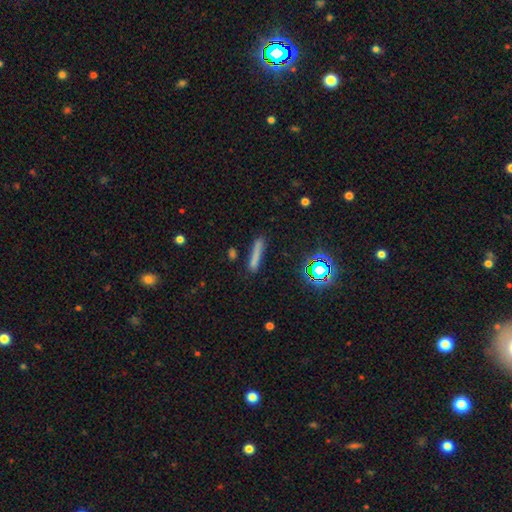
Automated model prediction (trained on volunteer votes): smooth 69%, star or artifact 17%, featured or disk 14%. Down the decision tree: how rounded — cigar-shaped (92%); merging — none (76%).